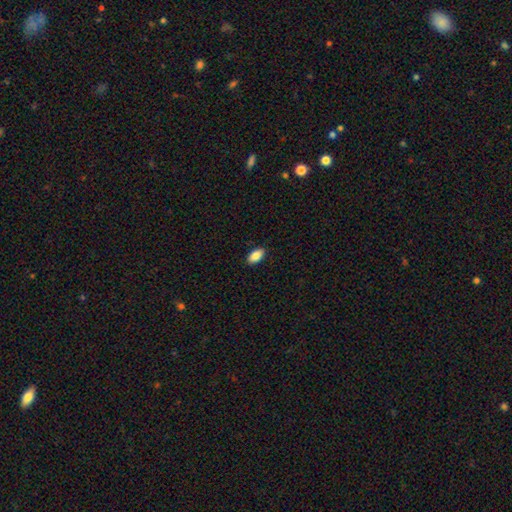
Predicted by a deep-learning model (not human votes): Q: Smooth or featured?
A: smooth (87%); runner-up: star or artifact (7%)
Q: How rounded?
A: in between (93%); runner-up: round (4%)
Q: Merging?
A: none (89%); runner-up: minor disturbance (8%)